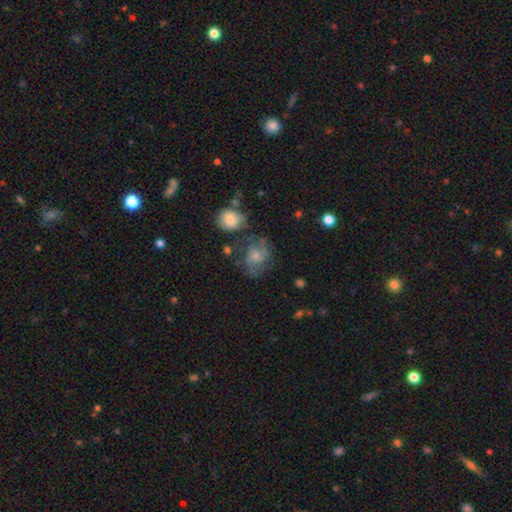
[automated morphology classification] Smooth or featured: featured or disk — 62% (smooth — 26%)
Edge-on disk: no — 97% (yes — 3%)
Bar: no — 62% (weak — 33%)
Spiral arms: yes — 87% (no — 13%)
Spiral winding: medium — 49% (tight — 31%)
Spiral arm count: 2 — 55% (can't tell — 23%)
Bulge size: moderate — 46% (small — 37%)
Merging: none — 63% (minor disturbance — 19%)